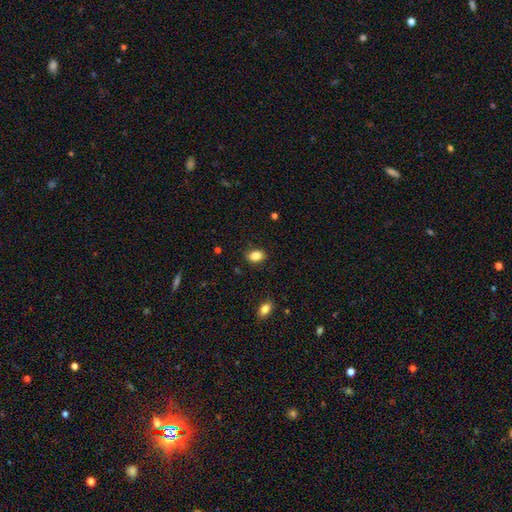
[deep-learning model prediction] smooth-or-featured: smooth: 86% | star or artifact: 9% | featured or disk: 5%
  how-rounded: in between: 82% | round: 16% | cigar-shaped: 2%
  merging: none: 85% | minor disturbance: 11% | major disturbance: 3% | merger: 1%